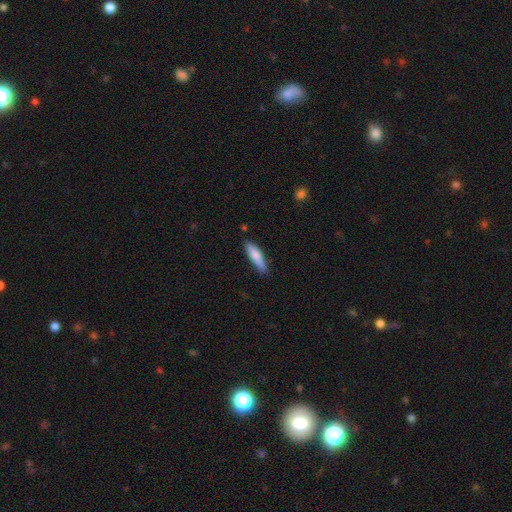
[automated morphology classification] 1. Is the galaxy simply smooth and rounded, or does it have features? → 76% smooth, 19% featured or disk, 6% star or artifact.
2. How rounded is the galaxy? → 77% cigar-shaped, 21% in between, 1% round.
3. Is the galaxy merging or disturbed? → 80% none, 16% minor disturbance, 3% major disturbance, 2% merger.